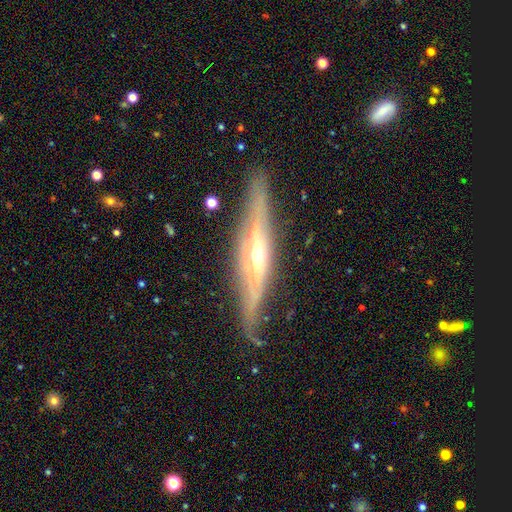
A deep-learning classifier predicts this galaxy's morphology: Overall: featured or disk (79%). Edge-on disk: yes (89%). Edge-on bulge: rounded (84%). Merging: none (78%).